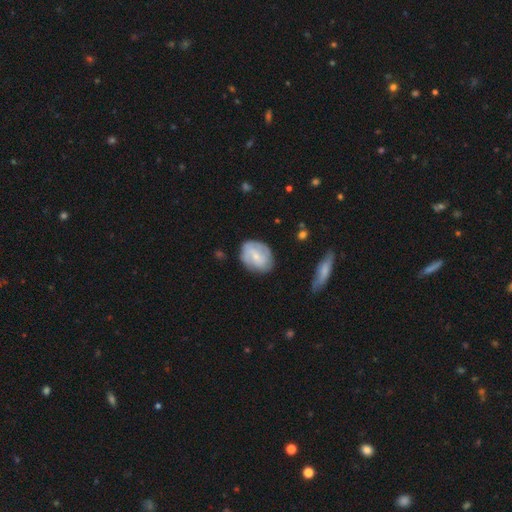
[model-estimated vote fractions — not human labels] This appears to be a featured or disk galaxy (56%) with a weak bar (46%), spiral arms (78%) and a small central bulge (66%). Merging: none (72%).